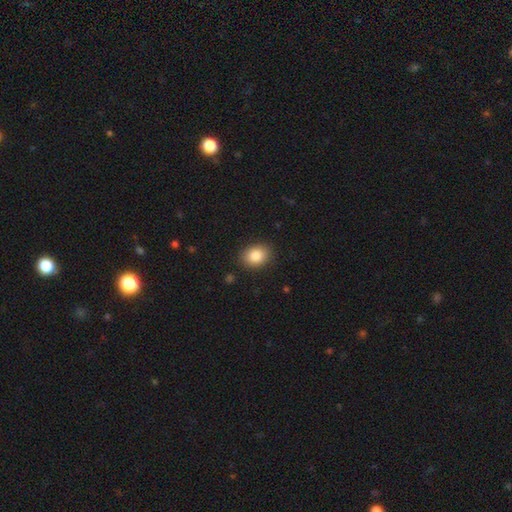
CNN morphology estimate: smooth-or-featured: smooth: 85% | star or artifact: 9% | featured or disk: 6%
  how-rounded: in between: 55% | round: 44% | cigar-shaped: 1%
  merging: none: 87% | minor disturbance: 9% | major disturbance: 2% | merger: 1%